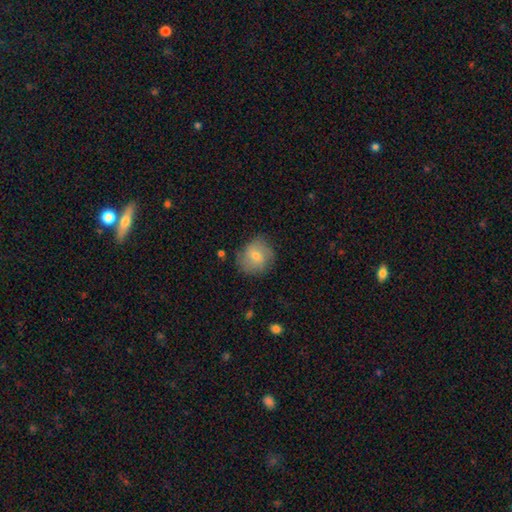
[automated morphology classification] Overall: smooth (61%; featured or disk 31%). How rounded: round (81%). Merging: none (75%).